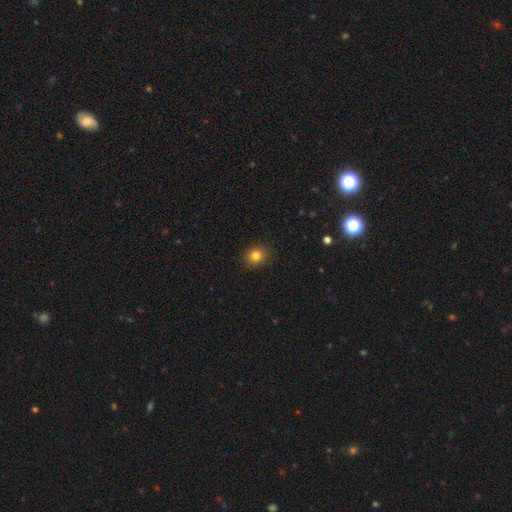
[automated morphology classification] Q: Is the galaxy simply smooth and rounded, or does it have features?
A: smooth — 82%.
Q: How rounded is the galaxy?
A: round — 67%.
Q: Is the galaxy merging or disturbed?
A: none — 89%.